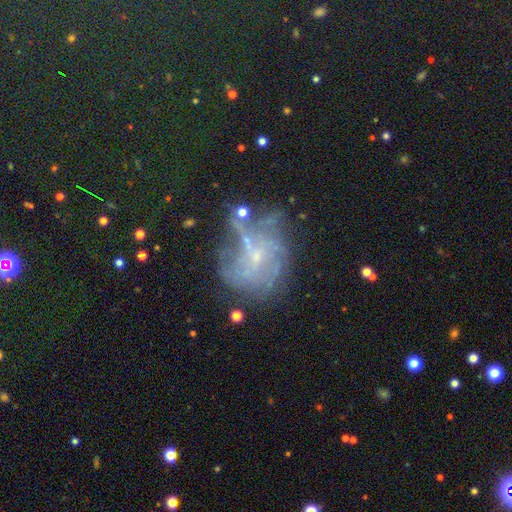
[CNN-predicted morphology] The model was most divided on "merging": none: 45%, major disturbance: 28%, minor disturbance: 20%, merger: 8%. More confident: edge-on disk — no (95%); smooth or featured — featured or disk (52%).